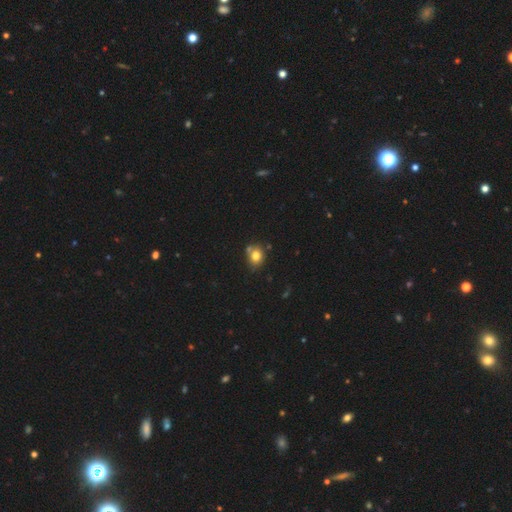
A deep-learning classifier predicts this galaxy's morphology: Smooth or featured? Predicted: smooth (p=0.78). How rounded? Predicted: round (p=0.71). Merging? Predicted: none (p=0.66).